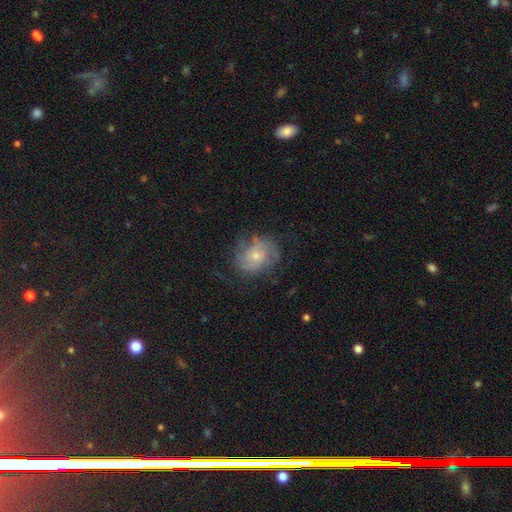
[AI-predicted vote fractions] This is likely a featured or disk galaxy (66%). It is clearly not viewed edge-on (98%). Bar: likely no (77%). Spiral arm pattern: clearly yes (83%). Spiral arm count: marginally 2 (37%). Spiral winding: marginally tight (43%). Central bulge: likely small (62%). Merging: likely none (62%).